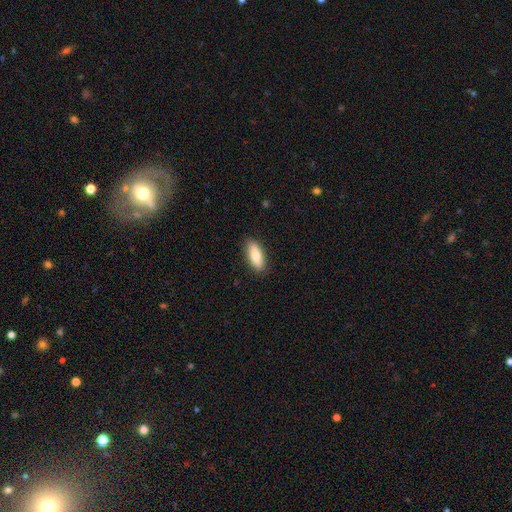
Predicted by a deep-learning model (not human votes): smooth_or_featured: smooth (p=0.79) [alt: featured or disk p=0.15]
how_rounded: in between (p=0.76) [alt: cigar-shaped p=0.21]
merging: none (p=0.88) [alt: minor disturbance p=0.09]